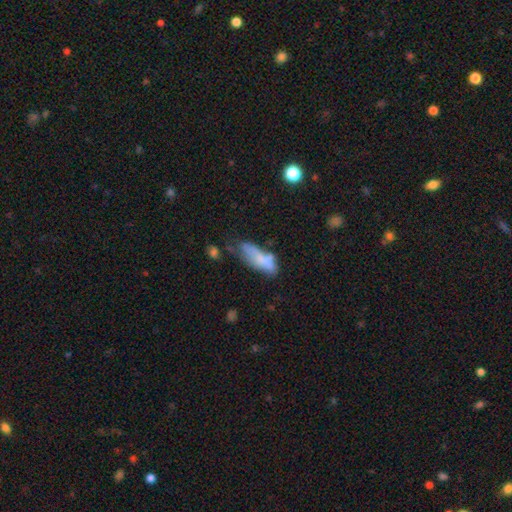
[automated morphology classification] This appears to be a smooth galaxy with no disk features (64%) that is in between round and cigar-shaped (64%). Merging: none (32%).